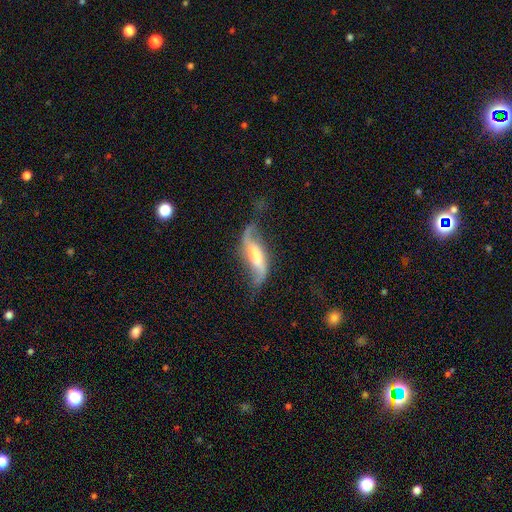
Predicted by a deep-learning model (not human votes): A featured or disk galaxy (79%) with a weak bar (39%), 2 (91%) loose (83%) spiral arms (94%) and a moderate central bulge (40%). Merging: none (56%).